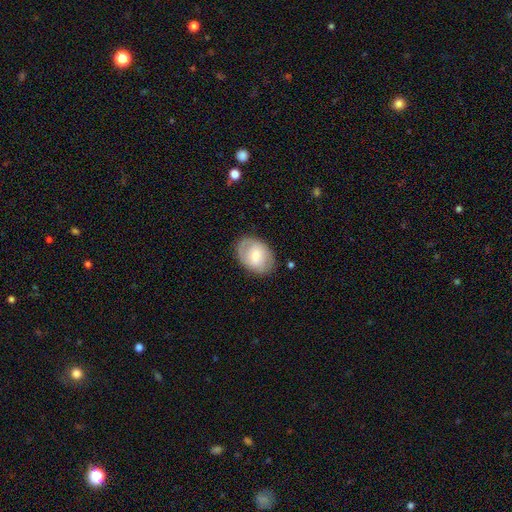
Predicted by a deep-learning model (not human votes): A smooth galaxy with no disk features (56%) that is in between round and cigar-shaped (74%).

Vote fractions:
- Smooth or featured? smooth: 56% / featured or disk: 38% / star or artifact: 7%
- How rounded? in between: 74% / round: 25% / cigar-shaped: 1%
- Merging? none: 79% / minor disturbance: 15% / major disturbance: 5% / merger: 1%